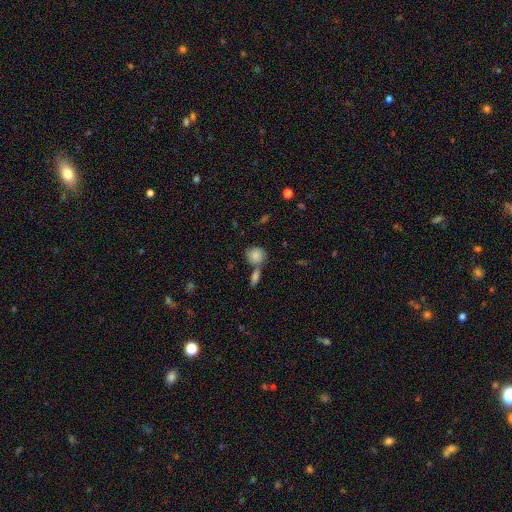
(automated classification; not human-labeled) Smooth or featured?
  - smooth: 85% *
  - featured or disk: 8%
  - star or artifact: 7%
How rounded?
  - round: 71% *
  - in between: 27%
  - cigar-shaped: 2%
Merging?
  - none: 52% *
  - merger: 33%
  - minor disturbance: 11%
  - major disturbance: 4%